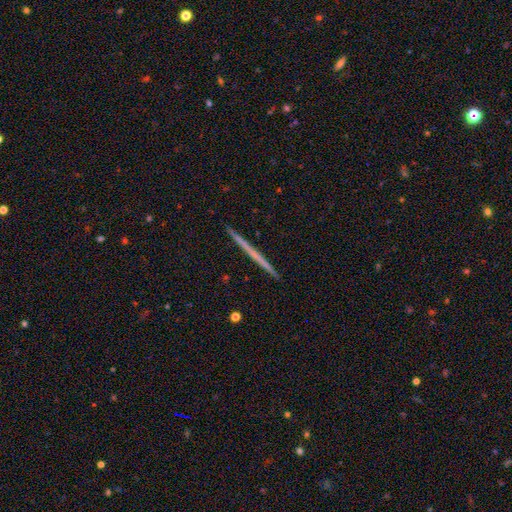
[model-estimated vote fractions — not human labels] smooth_or_featured: featured or disk (p=0.56) [alt: smooth p=0.39]
disk_edge_on: yes (p=0.98) [alt: no p=0.02]
edge_on_bulge: none (p=0.93) [alt: rounded p=0.05]
merging: none (p=0.93) [alt: minor disturbance p=0.05]